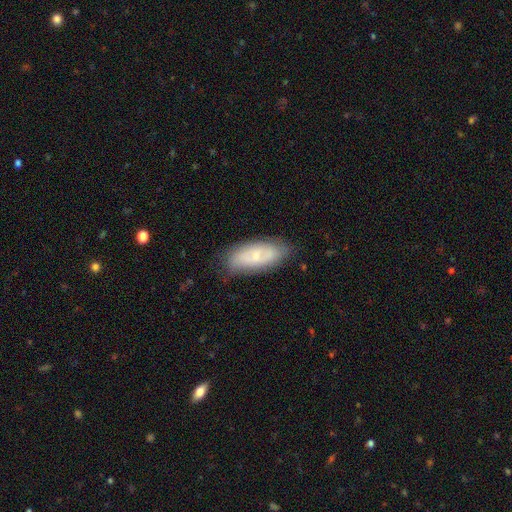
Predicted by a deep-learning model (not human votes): Q: Smooth or featured?
A: featured or disk (51%); runner-up: smooth (42%)
Q: Edge-on disk?
A: no (88%); runner-up: yes (12%)
Q: Merging?
A: none (77%); runner-up: minor disturbance (17%)